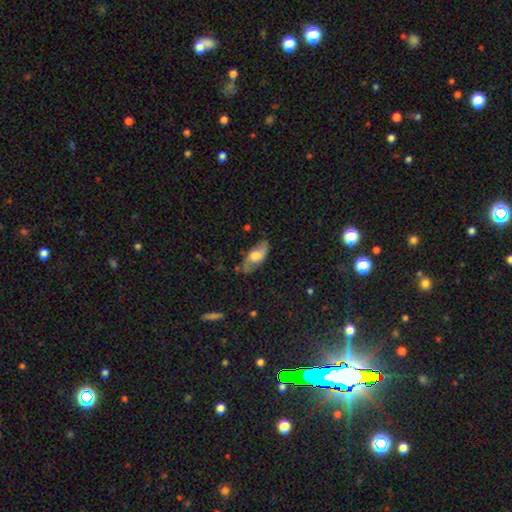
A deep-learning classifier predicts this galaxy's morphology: smooth-or-featured: featured or disk: 57% | smooth: 36% | star or artifact: 7%
  disk-edge-on: no: 81% | yes: 19%
  merging: none: 75% | minor disturbance: 18% | major disturbance: 5% | merger: 2%